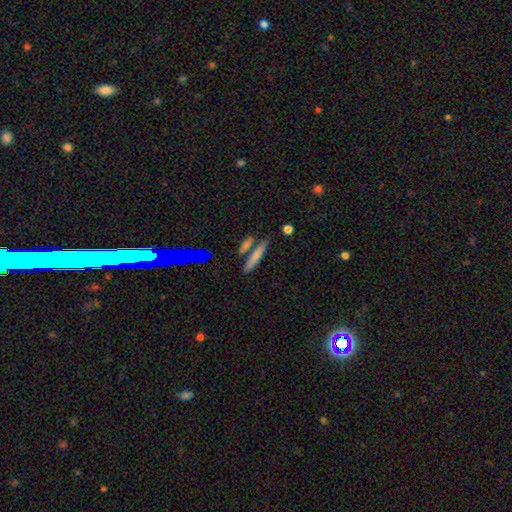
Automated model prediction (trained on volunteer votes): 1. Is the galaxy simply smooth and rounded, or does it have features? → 72% smooth, 19% featured or disk, 8% star or artifact.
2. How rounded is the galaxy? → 88% cigar-shaped, 10% in between, 3% round.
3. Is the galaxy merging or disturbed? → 74% none, 13% merger, 10% minor disturbance, 3% major disturbance.